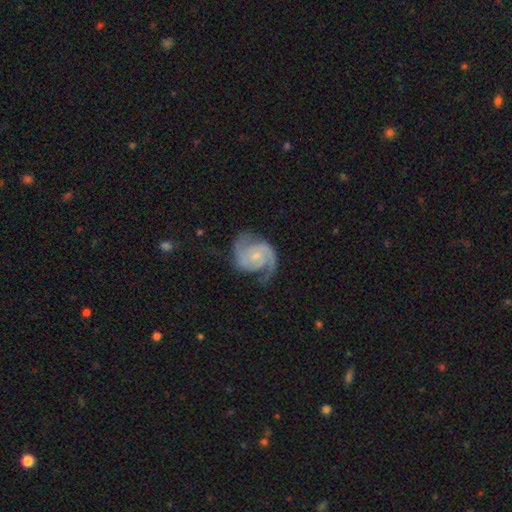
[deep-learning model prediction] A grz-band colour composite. It shows a featured or disk galaxy (90%) with no bar (61%), 2 (87%) medium (51%) spiral arms (98%) and a small central bulge (64%). Merging: none (71%).